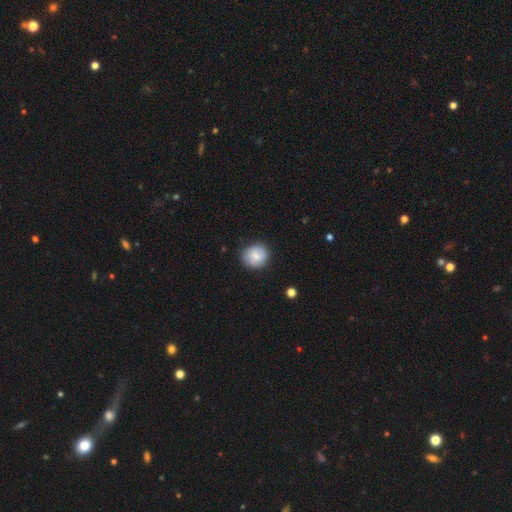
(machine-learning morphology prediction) smooth 72%, featured or disk 21%, star or artifact 7%. Down the decision tree: how rounded — round (85%); merging — none (81%).